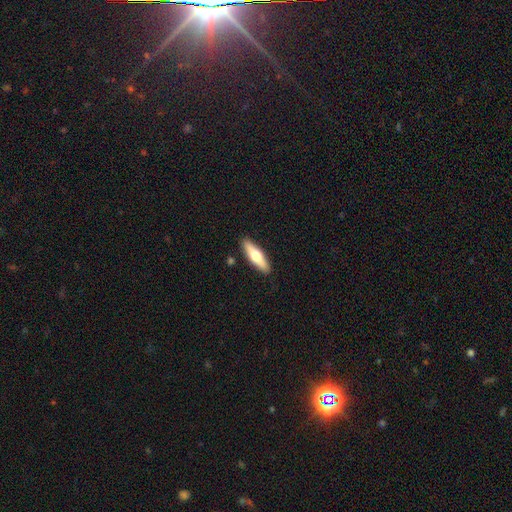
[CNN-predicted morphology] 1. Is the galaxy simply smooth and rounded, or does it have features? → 55% smooth, 40% featured or disk, 5% star or artifact.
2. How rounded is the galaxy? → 64% cigar-shaped, 34% in between, 2% round.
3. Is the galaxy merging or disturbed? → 89% none, 8% minor disturbance, 2% merger, 2% major disturbance.